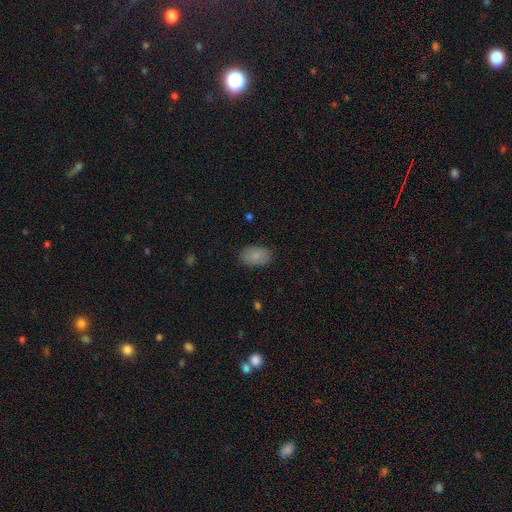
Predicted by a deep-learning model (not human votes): Q: Smooth or featured?
A: smooth (87%); runner-up: star or artifact (7%)
Q: How rounded?
A: in between (92%); runner-up: round (7%)
Q: Merging?
A: none (86%); runner-up: minor disturbance (11%)